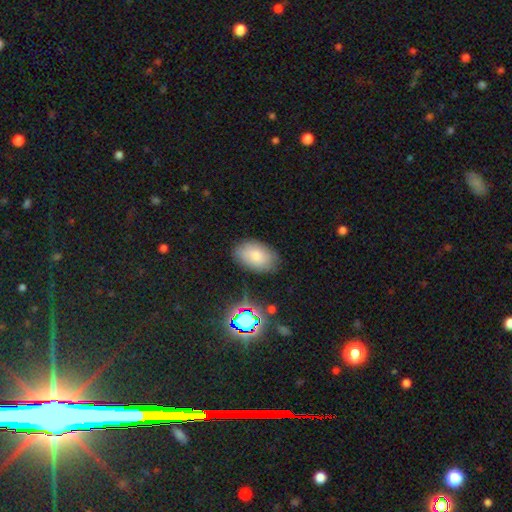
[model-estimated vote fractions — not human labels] Smooth or featured? Predicted: smooth (p=0.79). How rounded? Predicted: in between (p=0.92). Merging? Predicted: none (p=0.81).